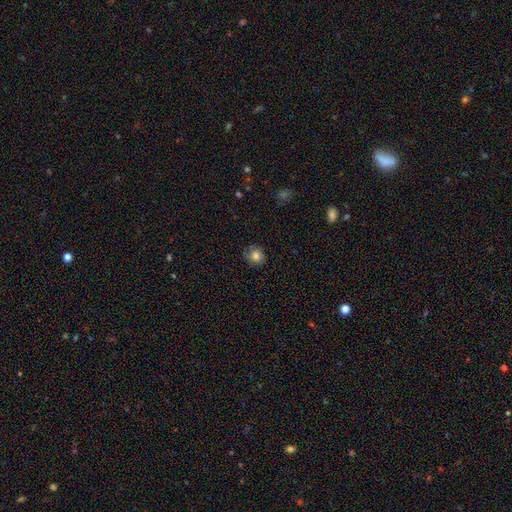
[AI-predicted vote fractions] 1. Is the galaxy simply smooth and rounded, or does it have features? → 79% smooth, 11% featured or disk, 11% star or artifact.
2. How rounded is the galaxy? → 80% round, 20% in between, 1% cigar-shaped.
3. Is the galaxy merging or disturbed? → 76% none, 19% minor disturbance, 4% major disturbance, 1% merger.